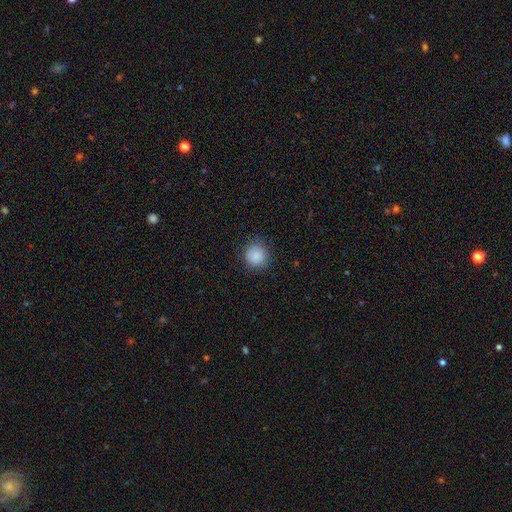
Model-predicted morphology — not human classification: A smooth galaxy with no disk features (88%) that is round (92%).

Vote fractions:
- Smooth or featured? smooth: 88% / star or artifact: 9% / featured or disk: 3%
- How rounded? round: 92% / in between: 7% / cigar-shaped: 1%
- Merging? none: 86% / minor disturbance: 10% / major disturbance: 3% / merger: 1%